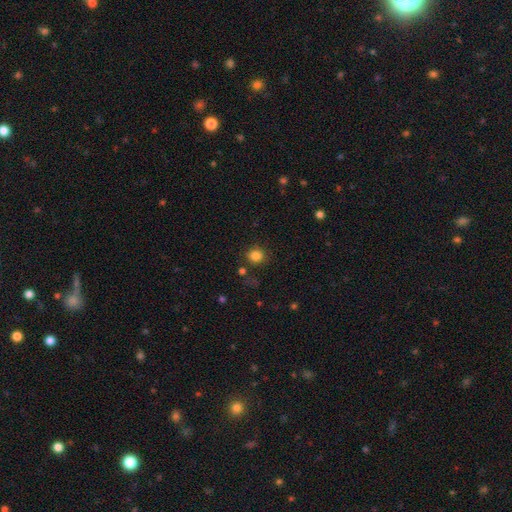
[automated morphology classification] This appears to be a smooth galaxy with no disk features (83%) that is round (88%). Merging: none (84%).